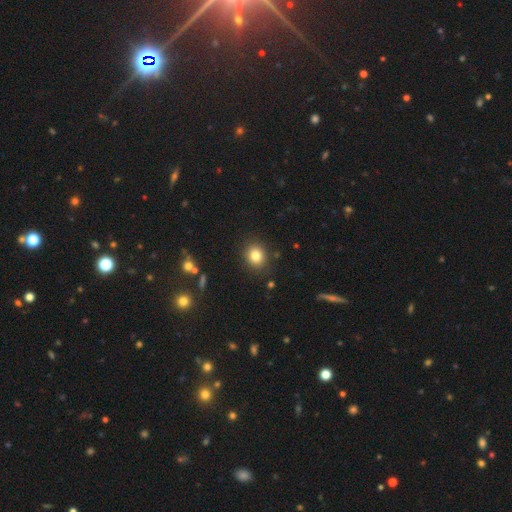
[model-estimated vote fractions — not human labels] Smooth or featured?
  - smooth: 82% *
  - star or artifact: 11%
  - featured or disk: 7%
How rounded?
  - round: 71% *
  - in between: 28%
  - cigar-shaped: 1%
Merging?
  - none: 88% *
  - minor disturbance: 8%
  - major disturbance: 2%
  - merger: 2%